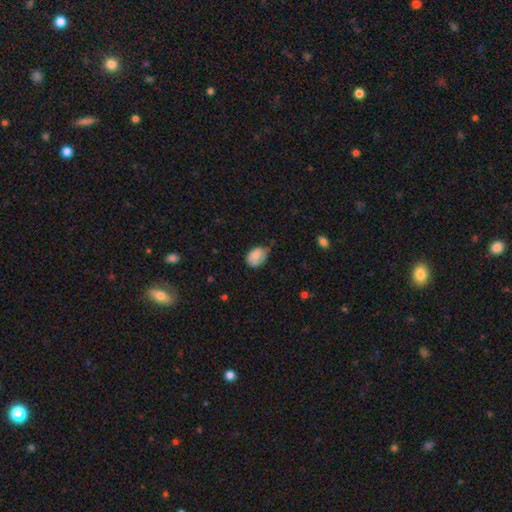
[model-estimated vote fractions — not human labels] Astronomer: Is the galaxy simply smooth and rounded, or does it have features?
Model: smooth — 79%.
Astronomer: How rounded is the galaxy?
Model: in between — 78%.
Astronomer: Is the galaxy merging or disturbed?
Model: minor disturbance — 44% (runner-up: none, 42%).